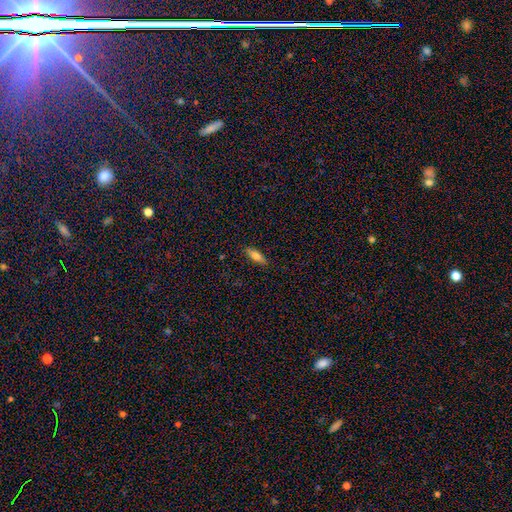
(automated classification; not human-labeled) The model was most divided on "how rounded": in between: 62%, cigar-shaped: 36%, round: 2%. More confident: merging — none (88%); smooth or featured — smooth (74%).